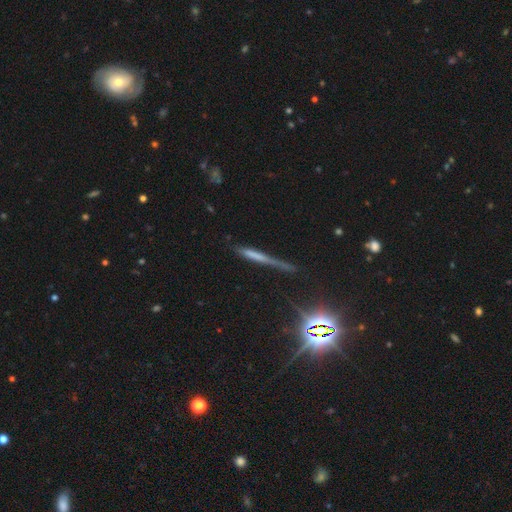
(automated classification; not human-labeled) smooth_or_featured: smooth (p=0.52) [alt: featured or disk p=0.34]
how_rounded: cigar-shaped (p=0.93) [alt: in between p=0.05]
merging: none (p=0.56) [alt: minor disturbance p=0.26]